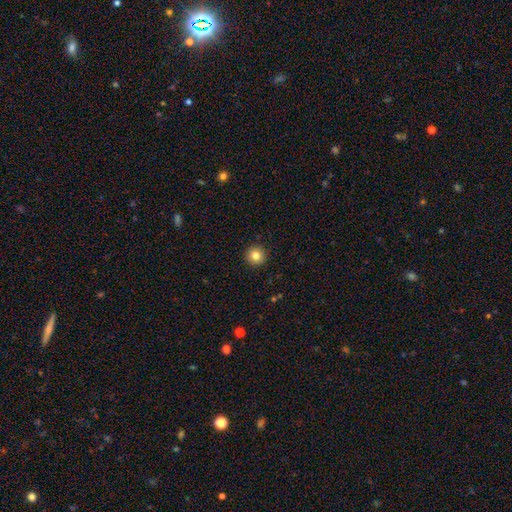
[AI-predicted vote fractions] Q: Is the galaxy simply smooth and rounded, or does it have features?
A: smooth — 82%.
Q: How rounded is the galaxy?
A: round — 95%.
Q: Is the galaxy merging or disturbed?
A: none — 93%.